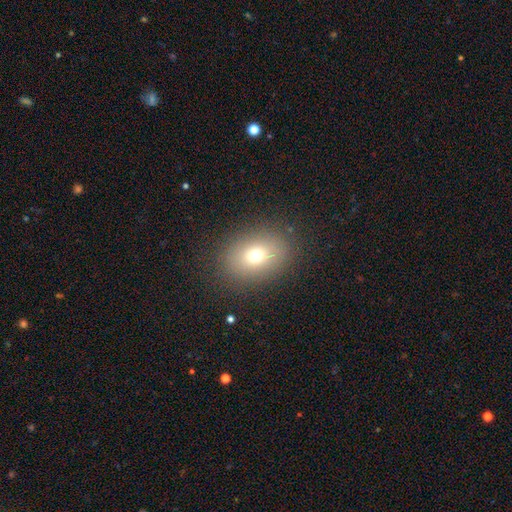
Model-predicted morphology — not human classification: Overall: smooth (71%). How rounded: in between (59%; round 40%). Merging: none (85%).